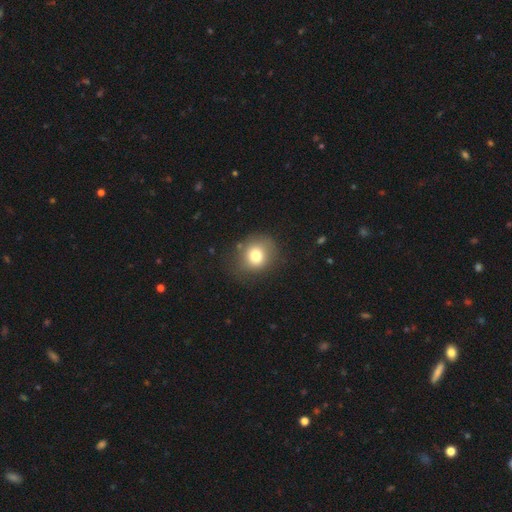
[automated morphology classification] Smooth or featured? Predicted: smooth (p=0.76). How rounded? Predicted: round (p=0.79). Merging? Predicted: none (p=0.74).